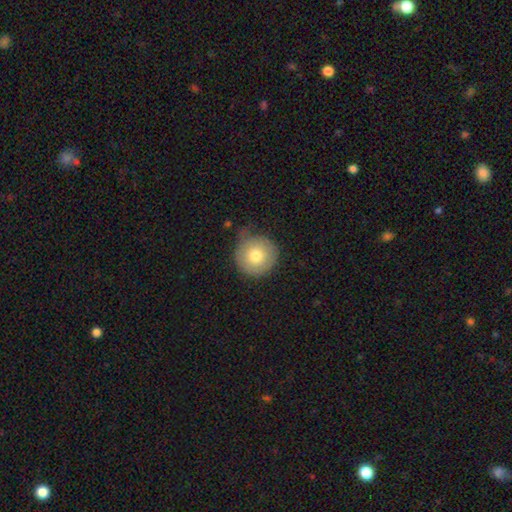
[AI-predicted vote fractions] smooth_or_featured: smooth (p=0.75) [alt: featured or disk p=0.17]
how_rounded: round (p=0.95) [alt: in between p=0.04]
merging: none (p=0.63) [alt: minor disturbance p=0.27]